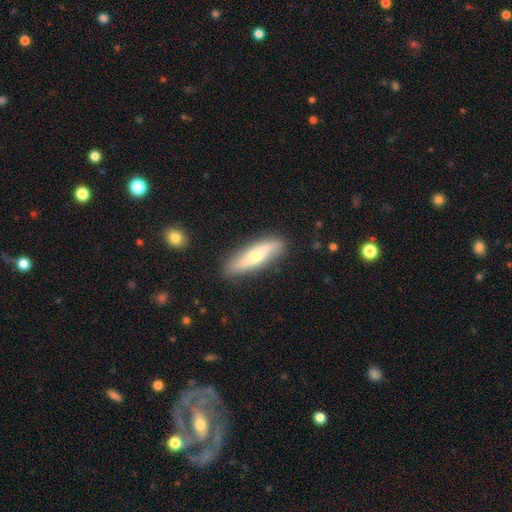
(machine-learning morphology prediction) smooth 58%, featured or disk 37%, star or artifact 6%. Down the decision tree: how rounded — cigar-shaped (71%); merging — none (85%).